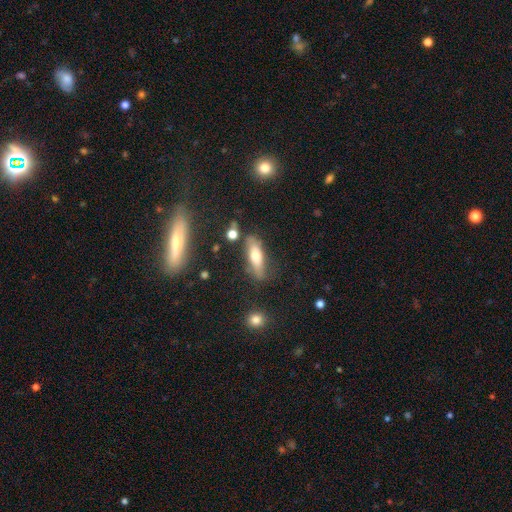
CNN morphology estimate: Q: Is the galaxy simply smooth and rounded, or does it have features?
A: smooth — 61%.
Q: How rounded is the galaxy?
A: in between — 50%.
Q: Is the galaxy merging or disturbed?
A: none — 69%.